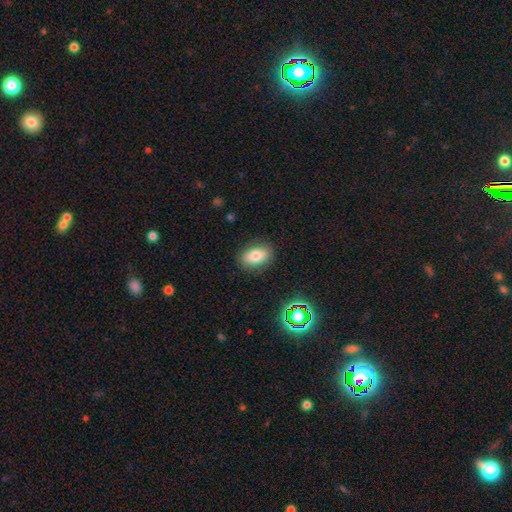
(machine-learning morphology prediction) A smooth galaxy with no disk features (78%) that is in between round and cigar-shaped (87%).

Vote fractions:
- Smooth or featured? smooth: 78% / featured or disk: 12% / star or artifact: 10%
- How rounded? in between: 87% / round: 10% / cigar-shaped: 3%
- Merging? none: 85% / minor disturbance: 11% / major disturbance: 3% / merger: 1%